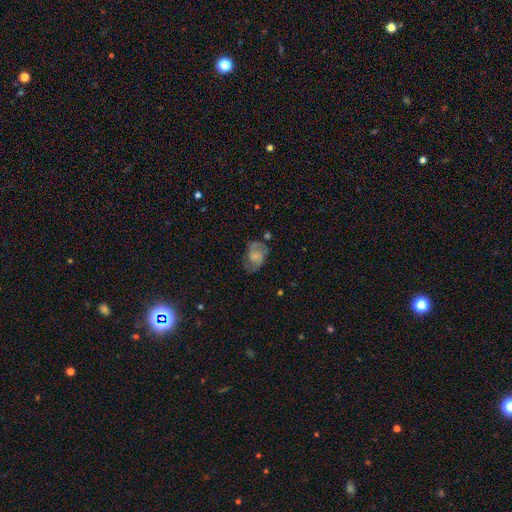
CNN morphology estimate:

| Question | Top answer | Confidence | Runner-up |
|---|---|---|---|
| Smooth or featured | featured or disk | 66% | smooth (26%) |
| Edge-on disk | no | 97% | yes (3%) |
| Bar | no | 55% | weak (38%) |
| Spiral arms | yes | 89% | no (11%) |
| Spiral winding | medium | 51% | loose (25%) |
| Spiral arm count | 2 | 84% | can't tell (8%) |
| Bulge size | small | 38% | none (32%) |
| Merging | none | 62% | minor disturbance (22%) |